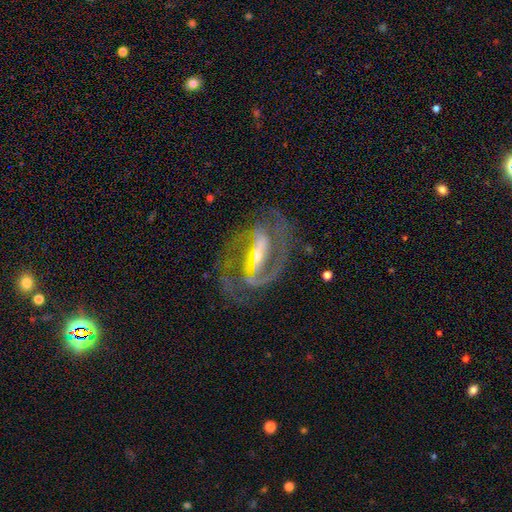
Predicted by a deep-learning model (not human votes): A featured or disk galaxy (90%) with a strong bar (68%), 2 (86%) medium (53%) spiral arms (96%) and a small central bulge (59%).

Vote fractions:
- Smooth or featured? featured or disk: 90% / star or artifact: 5% / smooth: 4%
- Edge-on disk? no: 95% / yes: 5%
- Bar? strong: 68% / weak: 23% / no: 9%
- Spiral arms? yes: 96% / no: 4%
- Spiral winding? medium: 53% / tight: 36% / loose: 11%
- Spiral arm count? 2: 86% / can't tell: 4% / 3: 4% / 1: 2% / 4: 1% / more than 4: 1%
- Bulge size? small: 59% / moderate: 36% / large: 2% / none: 1% / dominant: 1%
- Merging? none: 73% / minor disturbance: 15% / major disturbance: 11% / merger: 2%